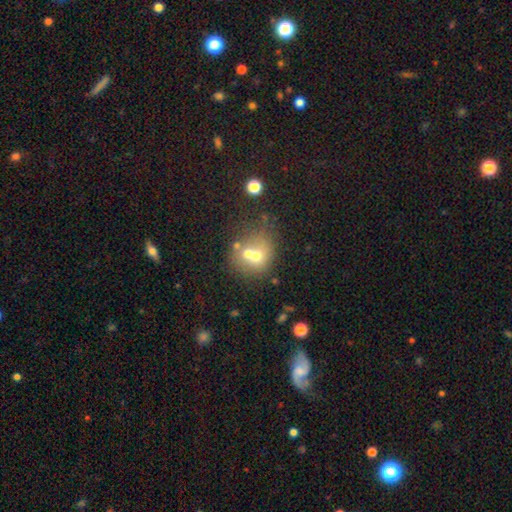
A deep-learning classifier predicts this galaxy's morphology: This appears to be a smooth galaxy with no disk features (58%) that is round (76%). Merging: merger (54%).